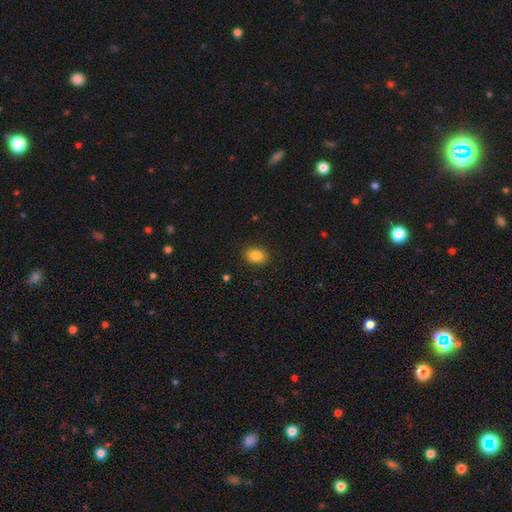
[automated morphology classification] Smooth or featured? smooth (86%)
How rounded? in between (74%)
Merging? none (88%)